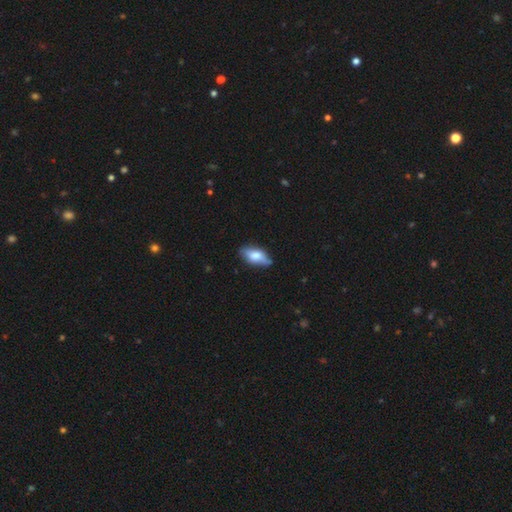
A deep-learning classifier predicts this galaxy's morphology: This appears to be a smooth galaxy with no disk features (58%) that is in between round and cigar-shaped (83%). Merging: none (71%).